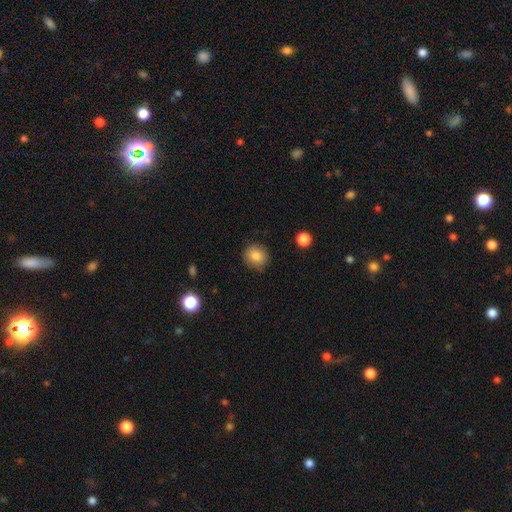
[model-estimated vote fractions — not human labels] A smooth galaxy with no disk features (85%) that is round (78%). Merging: none (85%).